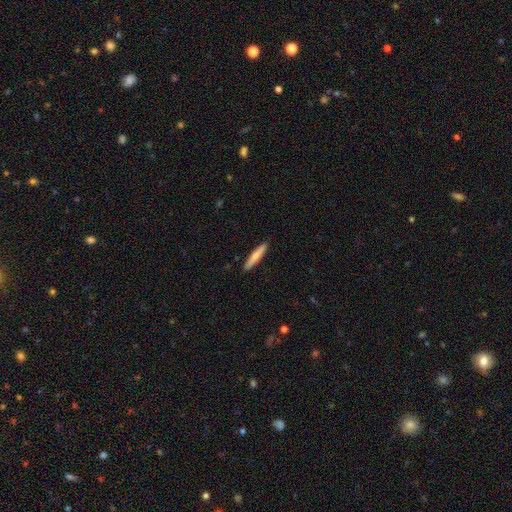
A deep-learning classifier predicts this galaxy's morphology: Smooth or featured? Predicted: smooth (p=0.71). How rounded? Predicted: cigar-shaped (p=0.92). Merging? Predicted: none (p=0.91).